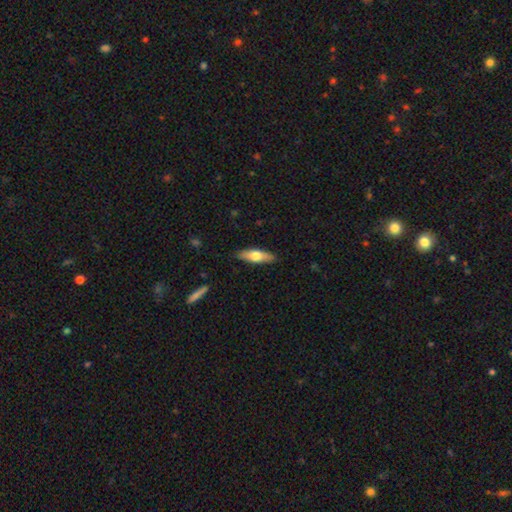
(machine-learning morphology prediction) Smooth or featured? smooth (59%)
How rounded? in between (49%, tied with cigar-shaped)
Merging? none (88%)